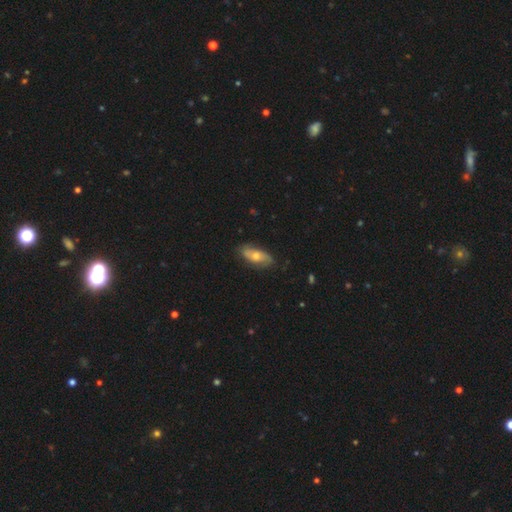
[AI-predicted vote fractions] Smooth or featured?
  - featured or disk: 51% *
  - smooth: 41%
  - star or artifact: 7%
Edge-on disk?
  - no: 82% *
  - yes: 18%
Merging?
  - none: 79% *
  - minor disturbance: 16%
  - major disturbance: 4%
  - merger: 1%